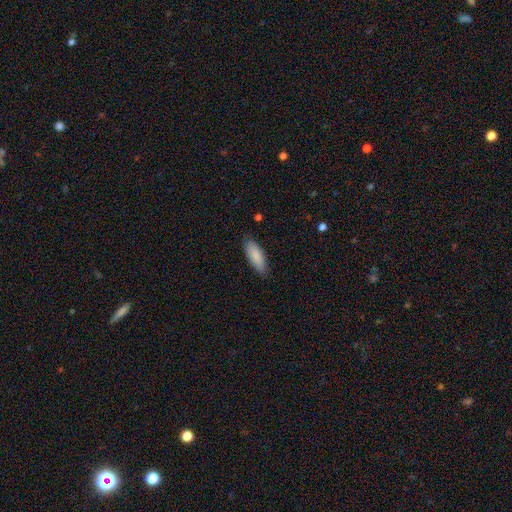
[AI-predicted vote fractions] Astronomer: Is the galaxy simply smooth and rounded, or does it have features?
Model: smooth — 86%.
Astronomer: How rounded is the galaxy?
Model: in between — 63%.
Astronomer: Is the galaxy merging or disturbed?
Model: none — 84%.